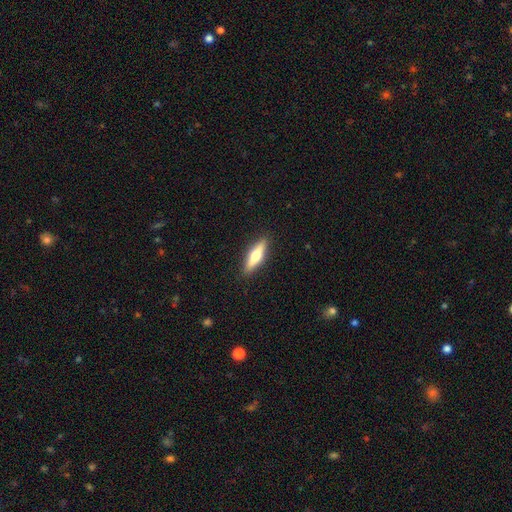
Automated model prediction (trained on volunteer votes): smooth-or-featured: featured or disk: 48% | smooth: 47% | star or artifact: 6%
  merging: none: 90% | minor disturbance: 7% | major disturbance: 2% | merger: 1%